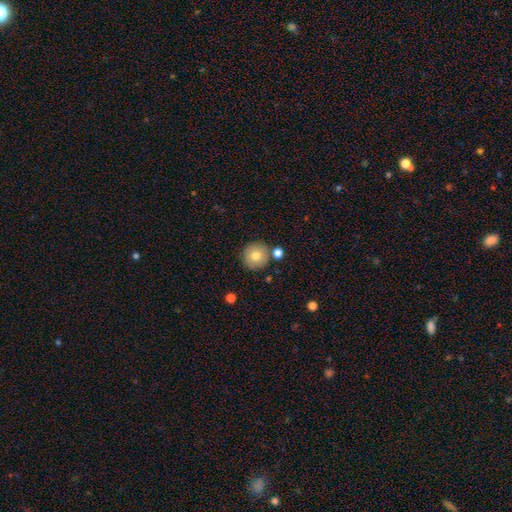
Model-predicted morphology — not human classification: This is likely a smooth galaxy (77%). How rounded: clearly round (94%). Merging: clearly none (81%).